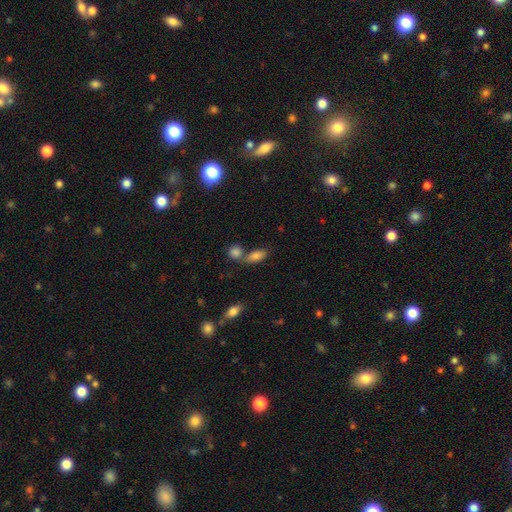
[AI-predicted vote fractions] Morphology: type=smooth (82%); roundness=in between (85%); merging=none (50%).